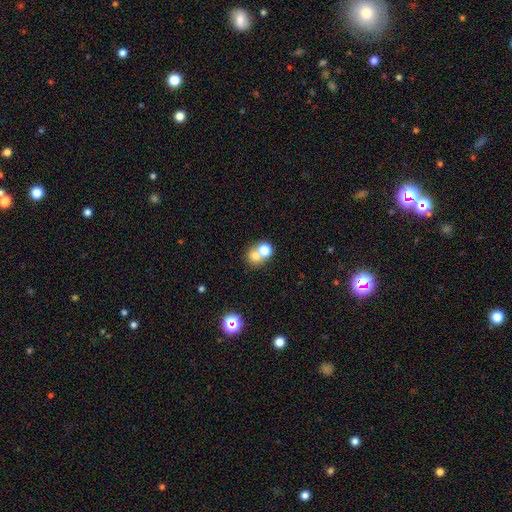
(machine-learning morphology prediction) Q: Smooth or featured?
A: smooth (72%); runner-up: star or artifact (15%)
Q: How rounded?
A: round (77%); runner-up: in between (22%)
Q: Merging?
A: merger (52%); runner-up: none (39%)